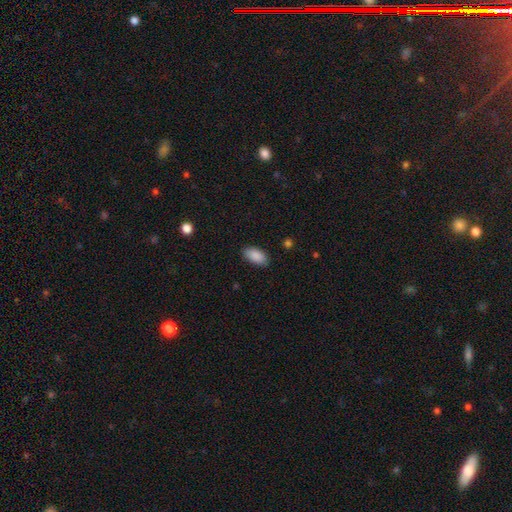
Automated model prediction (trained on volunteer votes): Q: Smooth or featured?
A: smooth (89%); runner-up: star or artifact (7%)
Q: How rounded?
A: in between (94%); runner-up: cigar-shaped (3%)
Q: Merging?
A: none (85%); runner-up: minor disturbance (11%)